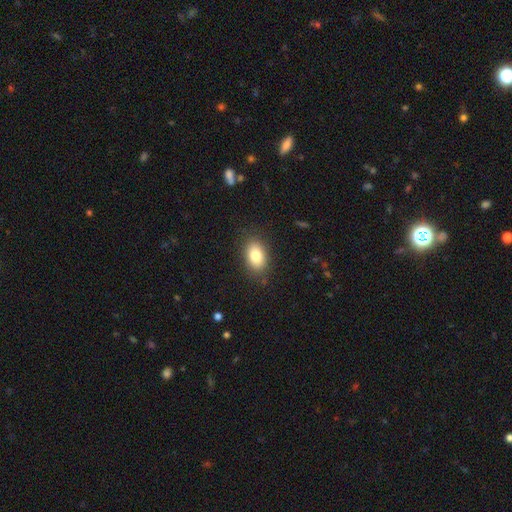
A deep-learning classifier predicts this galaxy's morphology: type=smooth (83%); roundness=in between (86%); merging=none (85%).